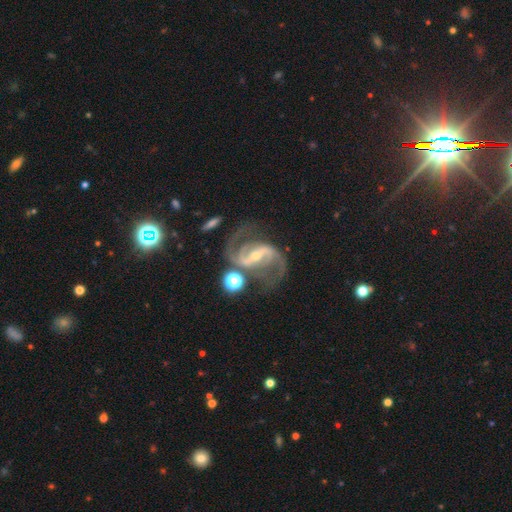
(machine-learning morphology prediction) The model was most divided on "bulge size": small: 56%, moderate: 39%, large: 2%, none: 2%, dominant: 1%. More confident: spiral arms — yes (98%); edge-on disk — no (98%); smooth or featured — featured or disk (92%); spiral arm count — 2 (92%); merging — none (66%); bar — strong (60%); spiral winding — medium (59%).